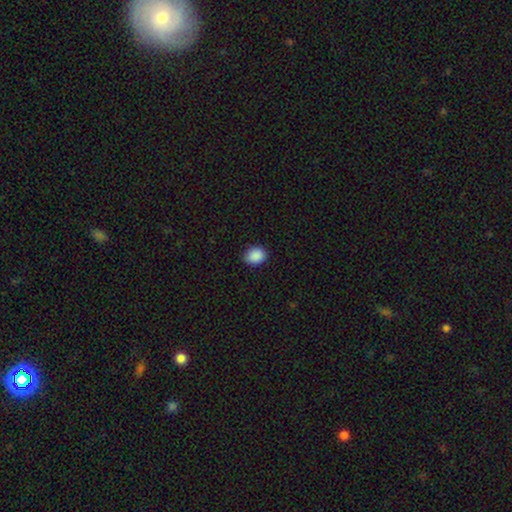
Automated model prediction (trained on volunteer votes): A smooth galaxy with no disk features (89%) that is in between round and cigar-shaped (54%). Merging: none (85%).